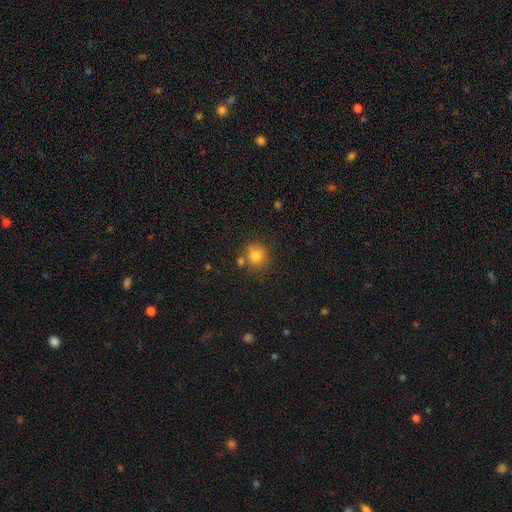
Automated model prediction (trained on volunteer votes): smooth-or-featured: smooth: 80% | star or artifact: 12% | featured or disk: 8%
  how-rounded: round: 89% | in between: 10% | cigar-shaped: 1%
  merging: none: 71% | merger: 13% | minor disturbance: 12% | major disturbance: 4%